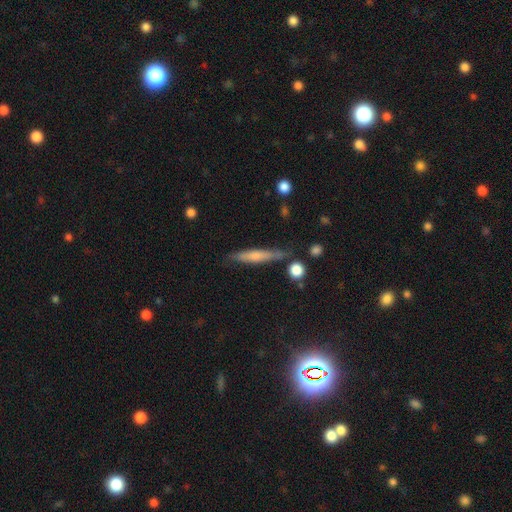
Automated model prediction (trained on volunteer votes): smooth 53%, featured or disk 40%, star or artifact 8%. Down the decision tree: how rounded — cigar-shaped (90%); merging — none (80%).